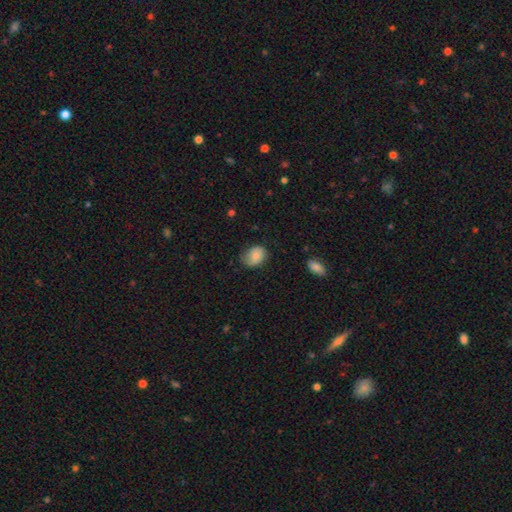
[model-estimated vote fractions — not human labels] This appears to be a smooth galaxy with no disk features (72%) that is in between round and cigar-shaped (64%). Merging: none (63%).